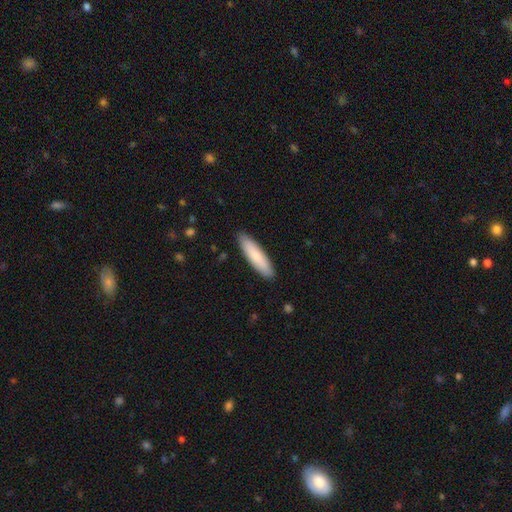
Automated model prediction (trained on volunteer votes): smooth-or-featured: smooth: 82% | featured or disk: 13% | star or artifact: 5%
  how-rounded: cigar-shaped: 68% | in between: 30% | round: 1%
  merging: none: 90% | minor disturbance: 8% | major disturbance: 1% | merger: 1%